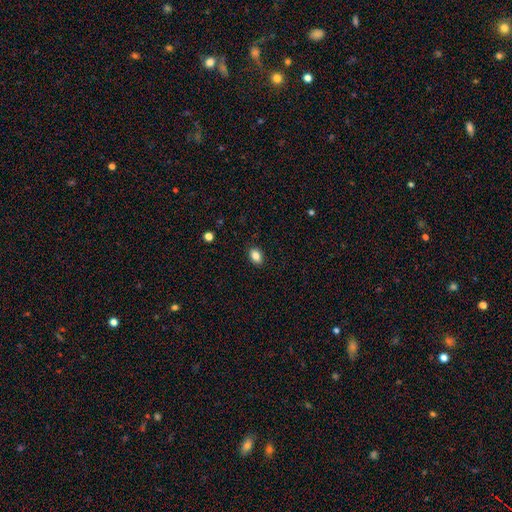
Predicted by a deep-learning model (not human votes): This appears to be a smooth galaxy with no disk features (86%) that is in between round and cigar-shaped (80%). Merging: none (89%).